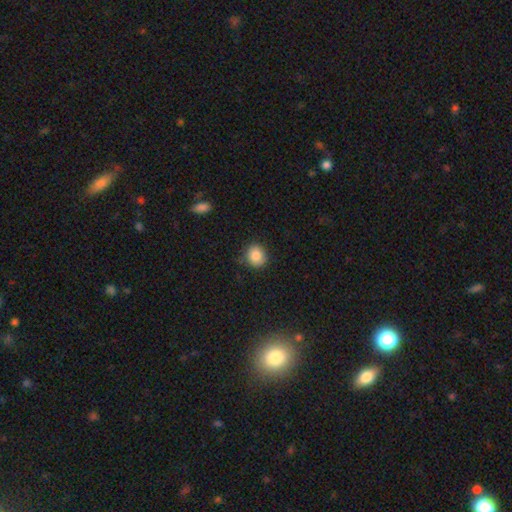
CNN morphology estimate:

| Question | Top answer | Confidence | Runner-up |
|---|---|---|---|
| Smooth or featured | smooth | 85% | star or artifact (9%) |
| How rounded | round | 78% | in between (21%) |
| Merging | none | 84% | minor disturbance (12%) |